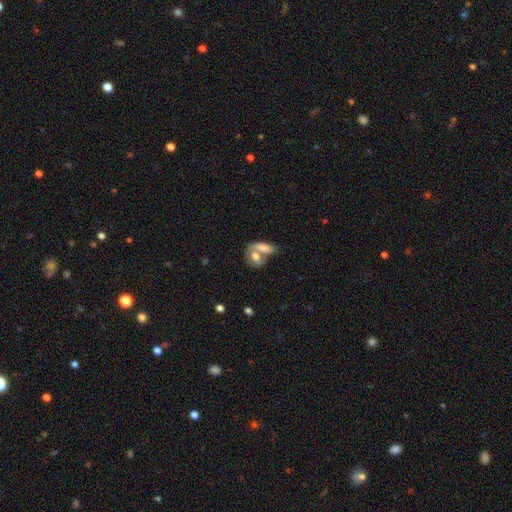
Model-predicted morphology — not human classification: Smooth or featured?
  - smooth: 47% *
  - featured or disk: 35%
  - star or artifact: 18%
Merging?
  - merger: 50% *
  - none: 33%
  - minor disturbance: 10%
  - major disturbance: 8%